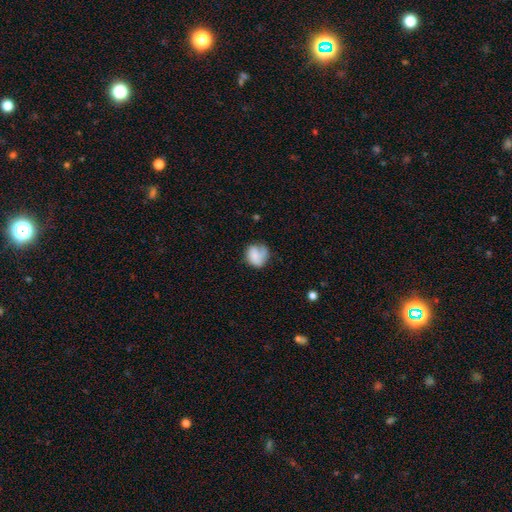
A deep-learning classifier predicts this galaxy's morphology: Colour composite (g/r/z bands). It shows a smooth galaxy with no disk features (59%) that is round (68%). Merging: none (49%).